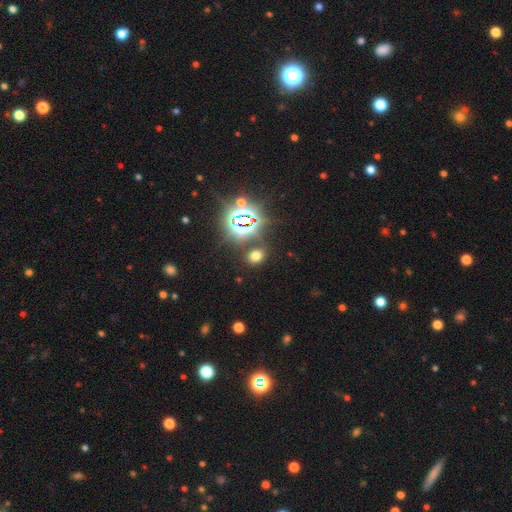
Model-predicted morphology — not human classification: type=smooth (57%); roundness=in between (51%); merging=none (82%).